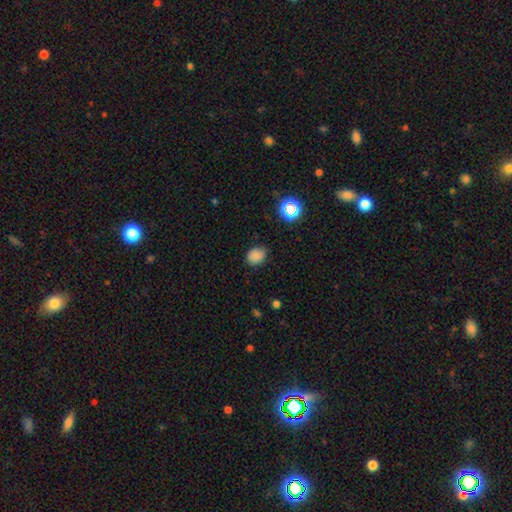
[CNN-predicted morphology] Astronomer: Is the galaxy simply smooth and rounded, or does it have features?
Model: smooth — 82%.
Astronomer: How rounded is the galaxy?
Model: in between — 50% (runner-up: round, 49%).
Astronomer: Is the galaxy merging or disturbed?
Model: none — 81%.